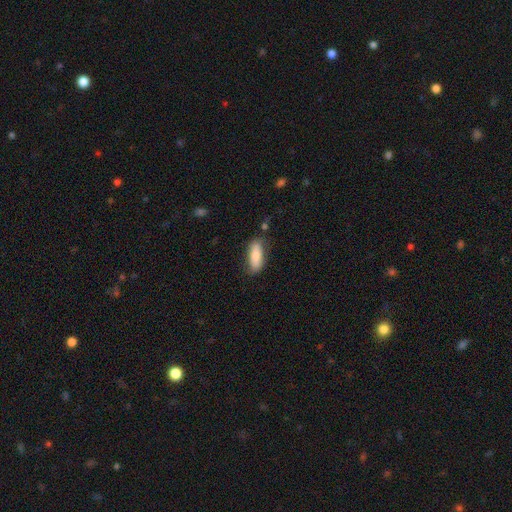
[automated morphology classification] smooth-or-featured: smooth: 80% | featured or disk: 14% | star or artifact: 6%
  how-rounded: in between: 68% | cigar-shaped: 30% | round: 2%
  merging: none: 76% | minor disturbance: 17% | major disturbance: 4% | merger: 3%